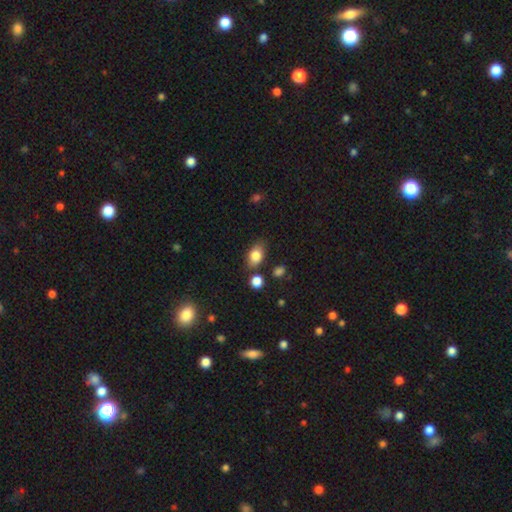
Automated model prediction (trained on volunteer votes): smooth_or_featured: smooth (p=0.83) [alt: featured or disk p=0.09]
how_rounded: in between (p=0.84) [alt: round p=0.14]
merging: none (p=0.75) [alt: minor disturbance p=0.15]